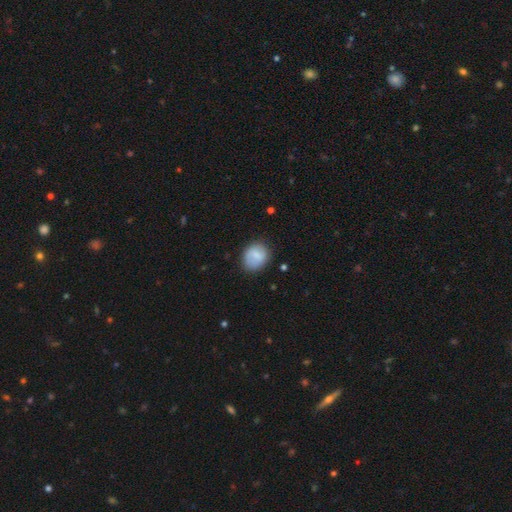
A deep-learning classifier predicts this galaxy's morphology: Smooth or featured: smooth — 78% (featured or disk — 15%)
How rounded: round — 61% (in between — 38%)
Merging: none — 73% (minor disturbance — 19%)